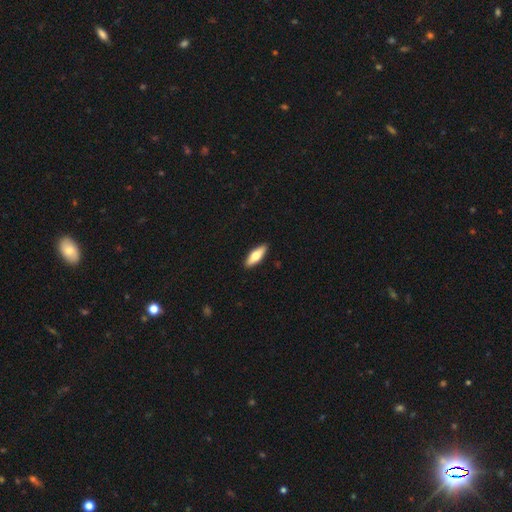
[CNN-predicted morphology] The model was most divided on "how rounded": in between: 56%, cigar-shaped: 42%, round: 2%. More confident: merging — none (91%); smooth or featured — smooth (63%).